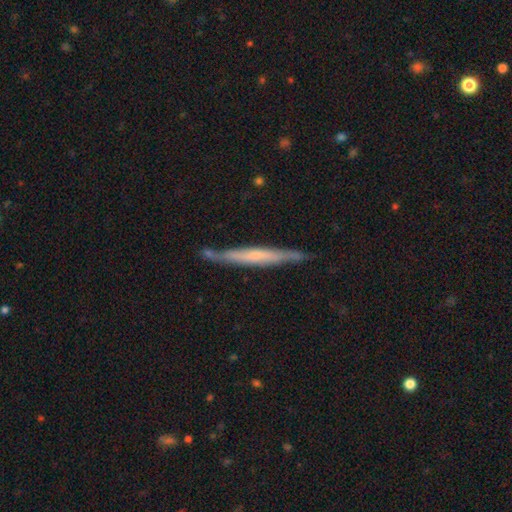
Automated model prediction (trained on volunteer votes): A featured or disk galaxy (59%) viewed edge-on (93%) with no central bulge (59%). Merging: none (80%).